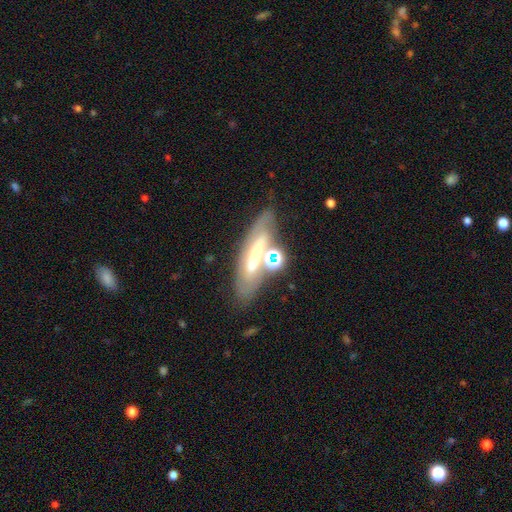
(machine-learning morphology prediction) smooth-or-featured: featured or disk: 60% | smooth: 25% | star or artifact: 15%
  disk-edge-on: no: 57% | yes: 43%
  merging: none: 60% | minor disturbance: 16% | merger: 14% | major disturbance: 9%